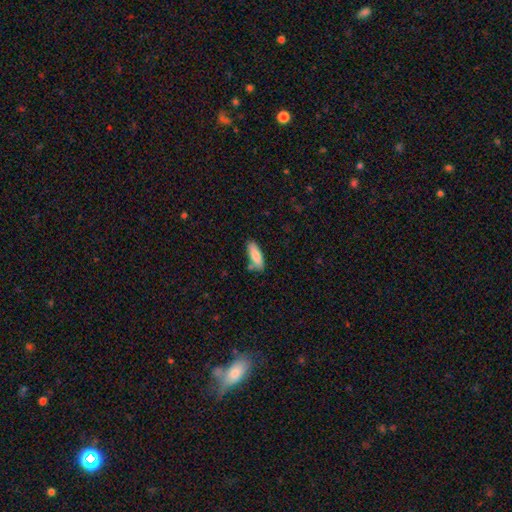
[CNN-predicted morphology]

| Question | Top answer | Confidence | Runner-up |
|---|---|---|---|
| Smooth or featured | smooth | 83% | featured or disk (11%) |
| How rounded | in between | 56% | cigar-shaped (42%) |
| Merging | none | 75% | minor disturbance (15%) |